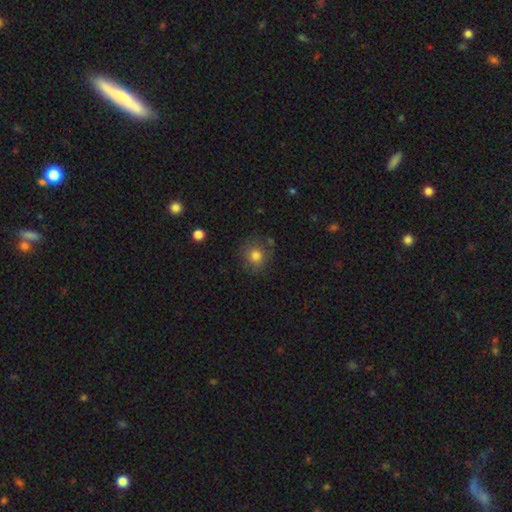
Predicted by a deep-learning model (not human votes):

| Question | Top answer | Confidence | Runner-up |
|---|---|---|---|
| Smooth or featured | smooth | 80% | star or artifact (11%) |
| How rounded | round | 88% | in between (11%) |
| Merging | none | 81% | minor disturbance (12%) |